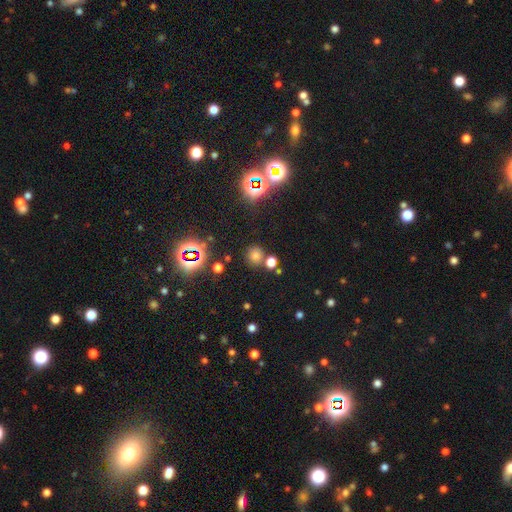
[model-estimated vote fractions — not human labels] This appears to be a smooth galaxy with no disk features (60%) that is round (89%). Merging: none (78%).